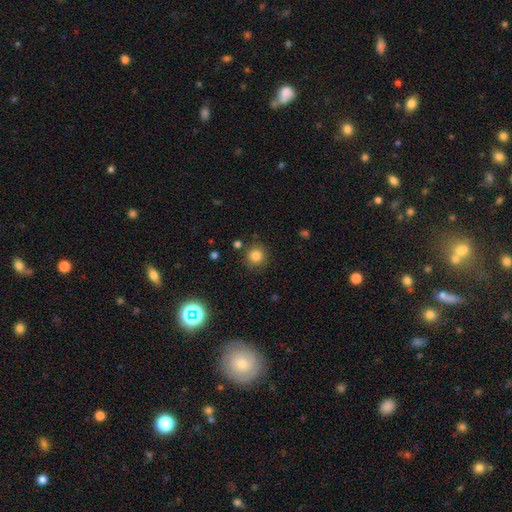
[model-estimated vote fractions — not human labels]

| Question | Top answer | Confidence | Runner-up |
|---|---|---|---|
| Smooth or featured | smooth | 83% | star or artifact (12%) |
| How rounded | round | 92% | in between (7%) |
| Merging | none | 84% | minor disturbance (9%) |